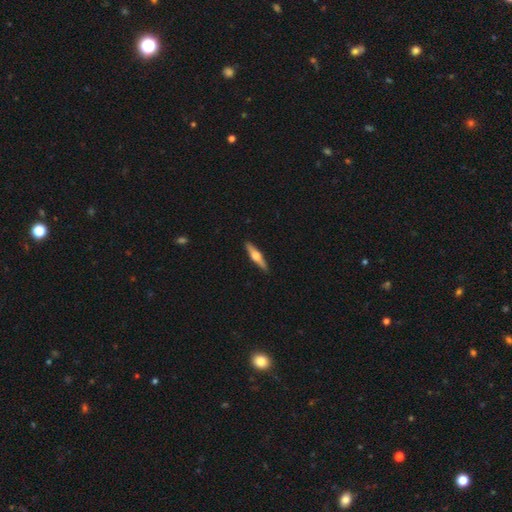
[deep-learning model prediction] Smooth or featured? featured or disk (62%)
Edge-on disk? yes (97%)
Edge-on bulge? rounded (93%)
Merging? none (91%)